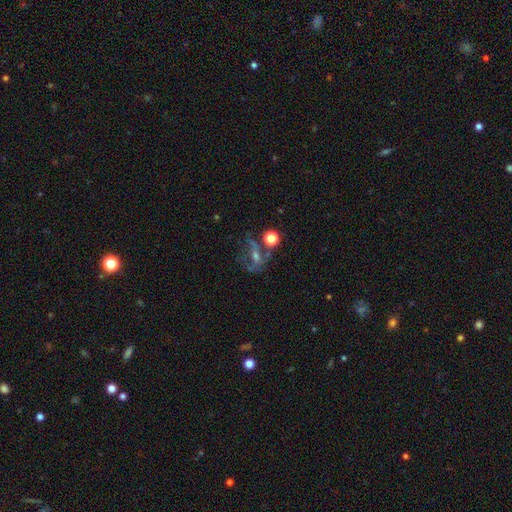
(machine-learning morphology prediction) Overall: featured or disk (54%; star or artifact 26%). Edge-on disk: no (91%). Merging: none (45%; major disturbance 22%).